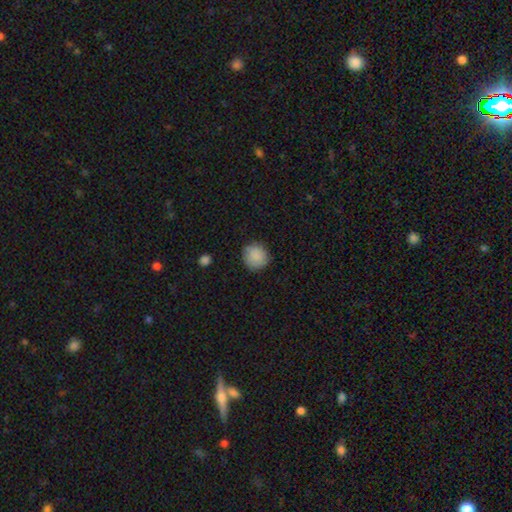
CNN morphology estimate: smooth 88%, star or artifact 8%, featured or disk 4%. Down the decision tree: how rounded — round (91%); merging — none (86%).